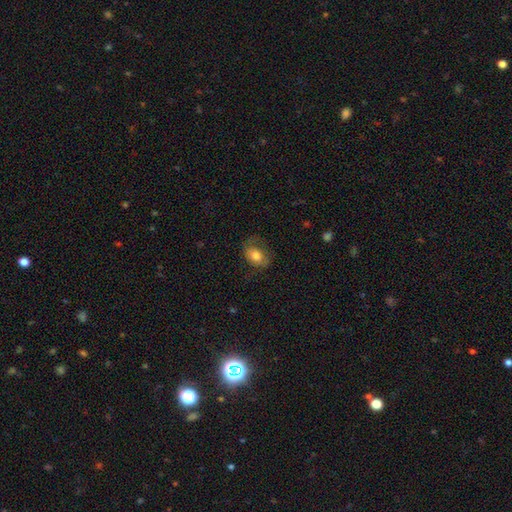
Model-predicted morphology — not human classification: smooth_or_featured: smooth (p=0.69) [alt: featured or disk p=0.24]
how_rounded: in between (p=0.76) [alt: round p=0.23]
merging: none (p=0.55) [alt: minor disturbance p=0.24]